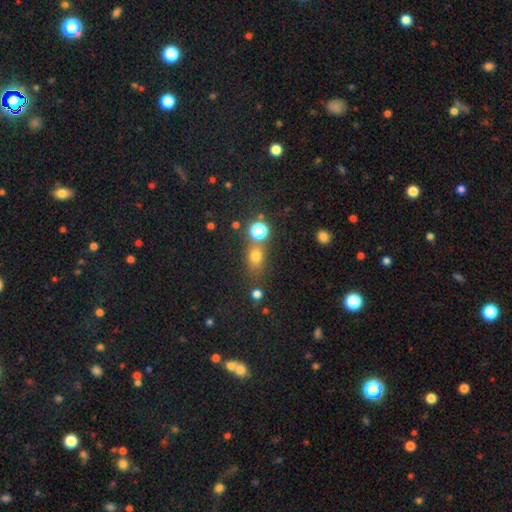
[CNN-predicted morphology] A smooth galaxy with no disk features (67%) that is round (54%).

Vote fractions:
- Smooth or featured? smooth: 67% / star or artifact: 24% / featured or disk: 9%
- How rounded? round: 54% / in between: 43% / cigar-shaped: 3%
- Merging? none: 63% / merger: 18% / minor disturbance: 13% / major disturbance: 6%